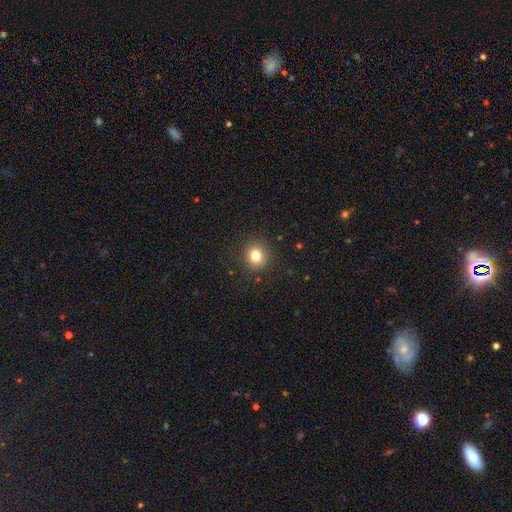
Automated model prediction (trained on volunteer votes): Smooth or featured: smooth — 80% (star or artifact — 13%)
How rounded: round — 87% (in between — 12%)
Merging: none — 90% (minor disturbance — 7%)